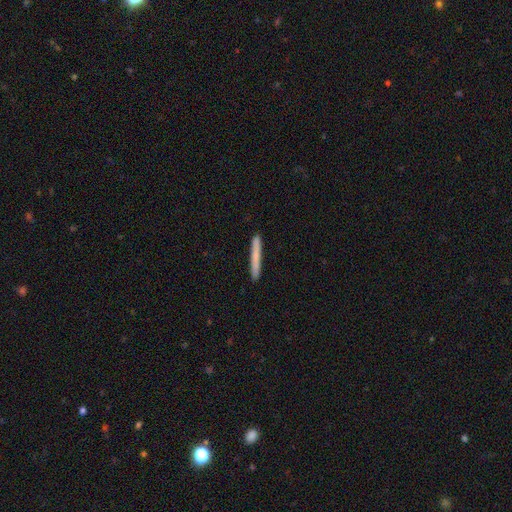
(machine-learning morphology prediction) Q: Smooth or featured?
A: smooth (73%); runner-up: featured or disk (21%)
Q: How rounded?
A: cigar-shaped (97%); runner-up: in between (2%)
Q: Merging?
A: none (91%); runner-up: minor disturbance (6%)